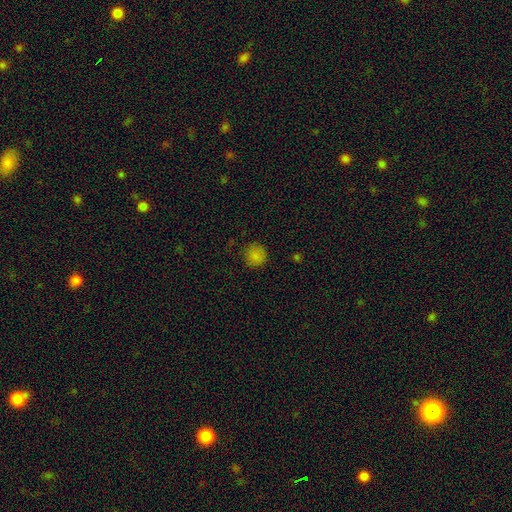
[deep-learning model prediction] Smooth or featured: smooth — 82% (star or artifact — 14%)
How rounded: round — 91% (in between — 8%)
Merging: none — 85% (minor disturbance — 11%)